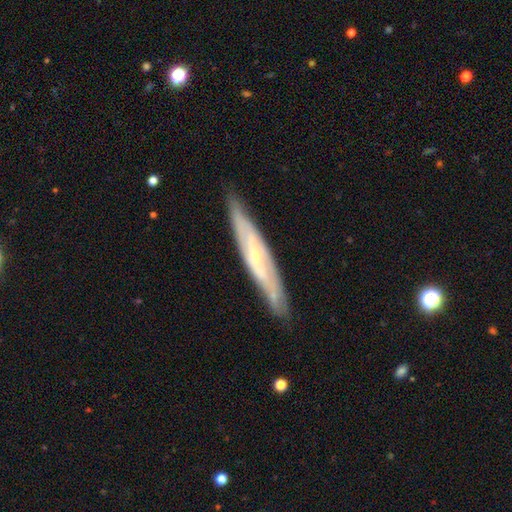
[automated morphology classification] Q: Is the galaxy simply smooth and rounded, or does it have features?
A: featured or disk — 71%.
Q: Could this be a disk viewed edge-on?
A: yes — 62%.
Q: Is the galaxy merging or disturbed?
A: none — 84%.